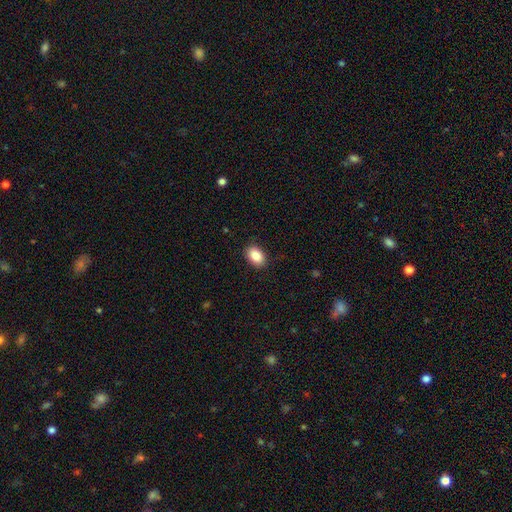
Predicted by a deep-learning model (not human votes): A smooth galaxy with no disk features (89%) that is in between round and cigar-shaped (87%). Merging: none (88%).